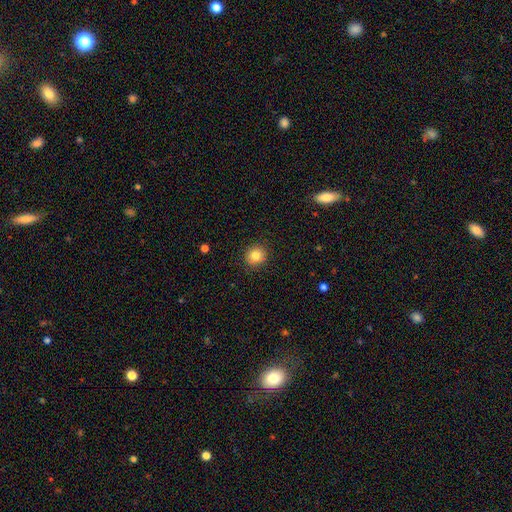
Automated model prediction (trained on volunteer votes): This appears to be a smooth galaxy with no disk features (83%) that is round (87%). Merging: none (91%).